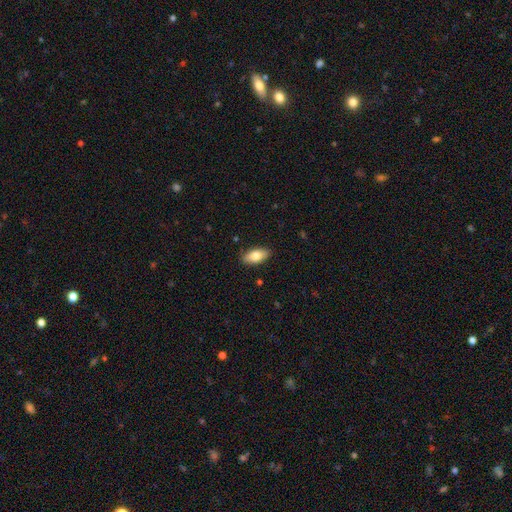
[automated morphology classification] type=smooth (80%); roundness=in between (90%); merging=none (87%).